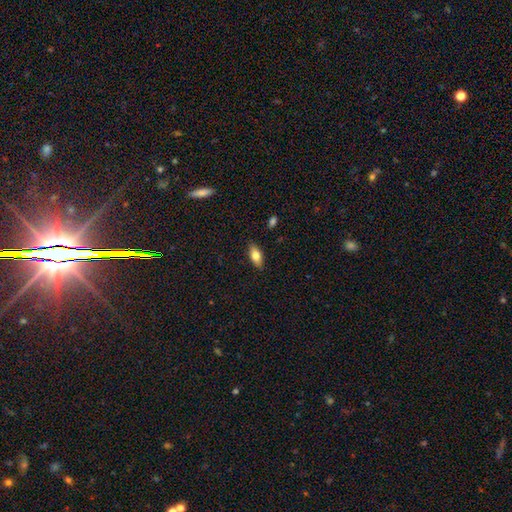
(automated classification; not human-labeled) A smooth galaxy with no disk features (77%) that is in between round and cigar-shaped (86%). Merging: none (87%).